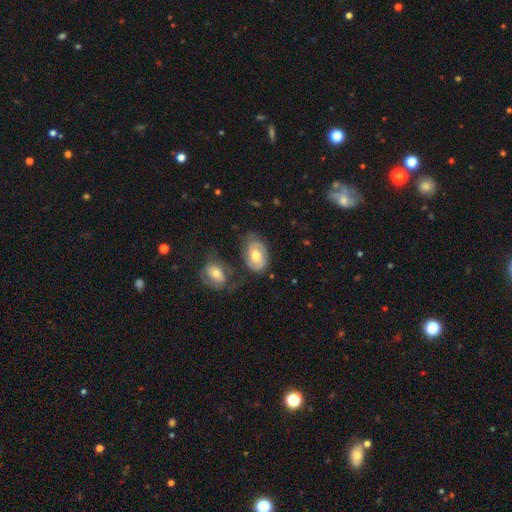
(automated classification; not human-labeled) Q: Smooth or featured?
A: featured or disk (57%); runner-up: smooth (36%)
Q: Edge-on disk?
A: no (95%); runner-up: yes (5%)
Q: Bar?
A: no (66%); runner-up: weak (28%)
Q: Spiral arms?
A: yes (79%); runner-up: no (21%)
Q: Bulge size?
A: moderate (74%); runner-up: small (15%)
Q: Merging?
A: none (51%); runner-up: minor disturbance (22%)